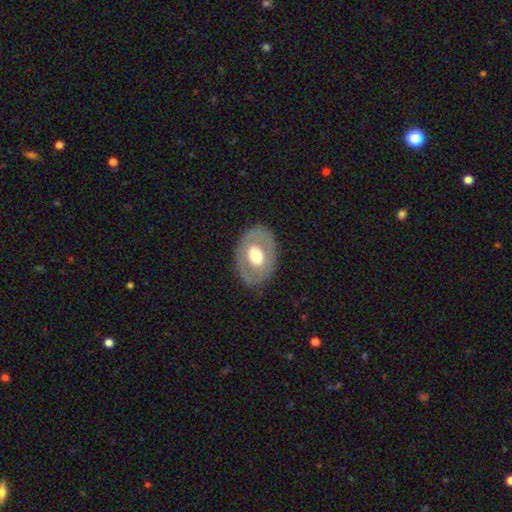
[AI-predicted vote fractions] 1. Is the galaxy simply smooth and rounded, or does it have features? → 48% featured or disk, 46% smooth, 6% star or artifact.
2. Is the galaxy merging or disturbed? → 80% none, 13% minor disturbance, 6% major disturbance, 1% merger.